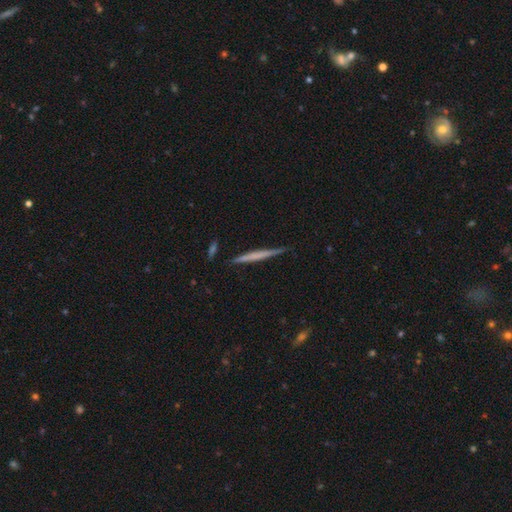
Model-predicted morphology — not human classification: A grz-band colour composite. It shows a featured or disk galaxy (49%). Merging: none (87%).